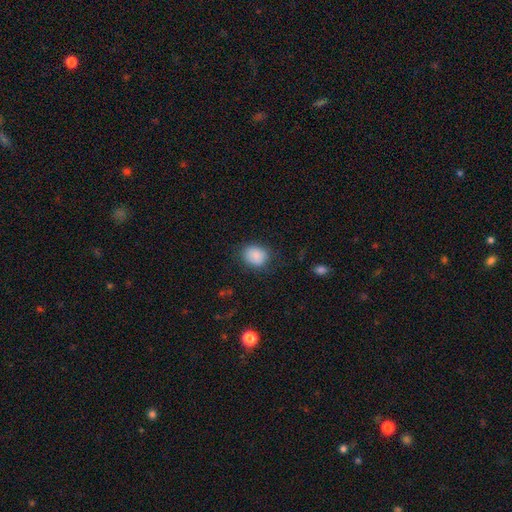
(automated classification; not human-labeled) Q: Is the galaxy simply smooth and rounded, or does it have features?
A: smooth — 86%.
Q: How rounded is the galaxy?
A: round — 55%.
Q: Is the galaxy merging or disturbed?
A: none — 75%.